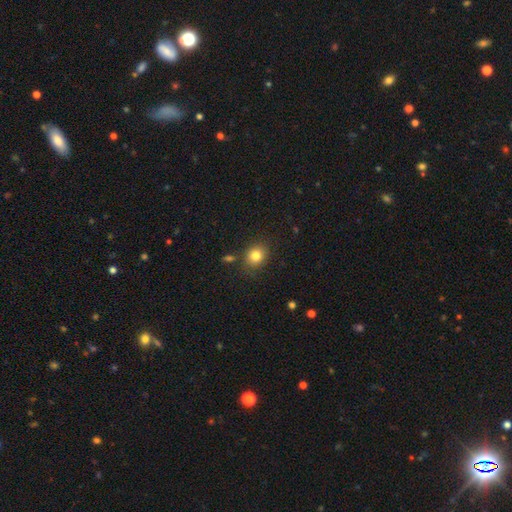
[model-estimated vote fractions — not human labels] The model was most divided on "how rounded": round: 67%, in between: 32%, cigar-shaped: 1%. More confident: smooth or featured — smooth (81%); merging — none (81%).